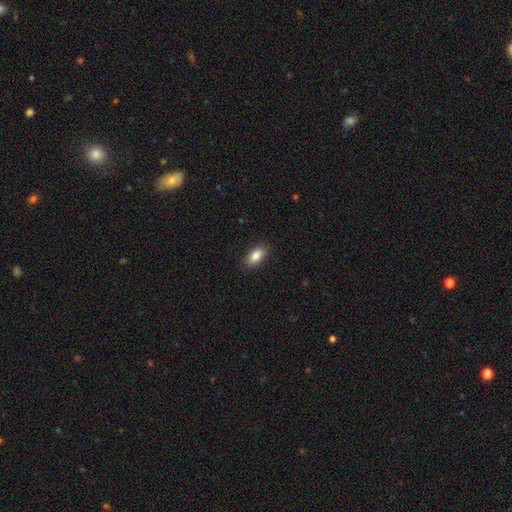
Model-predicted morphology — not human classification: A smooth galaxy with no disk features (88%) that is in between round and cigar-shaped (92%).

Vote fractions:
- Smooth or featured? smooth: 88% / star or artifact: 7% / featured or disk: 5%
- How rounded? in between: 92% / round: 5% / cigar-shaped: 3%
- Merging? none: 88% / minor disturbance: 9% / major disturbance: 2% / merger: 1%